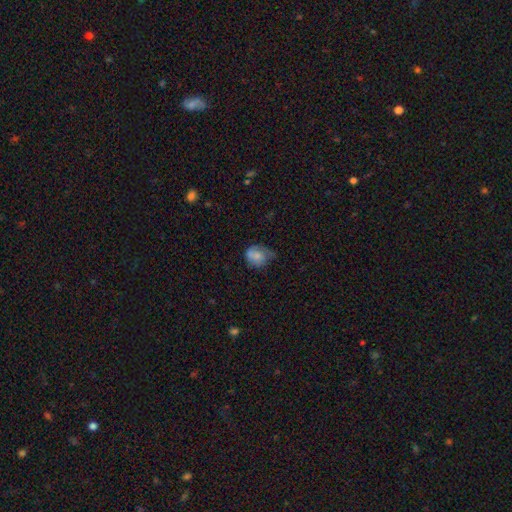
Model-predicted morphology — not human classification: Smooth or featured: smooth — 68% (featured or disk — 23%)
How rounded: round — 57% (in between — 42%)
Merging: minor disturbance — 38% (none — 37%)